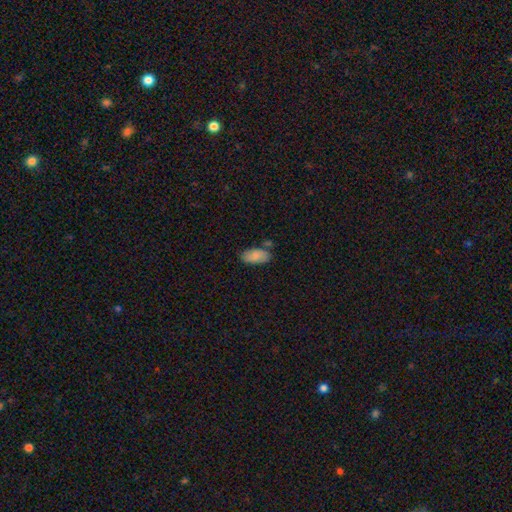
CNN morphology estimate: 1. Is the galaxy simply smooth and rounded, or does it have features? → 82% smooth, 11% featured or disk, 7% star or artifact.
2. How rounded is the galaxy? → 94% in between, 4% cigar-shaped, 3% round.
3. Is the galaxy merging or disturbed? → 70% none, 18% minor disturbance, 8% merger, 4% major disturbance.